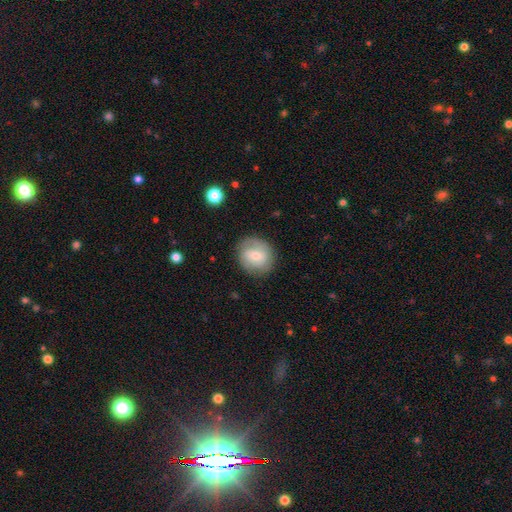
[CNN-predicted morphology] Smooth or featured? smooth (49%)
Merging? none (81%)